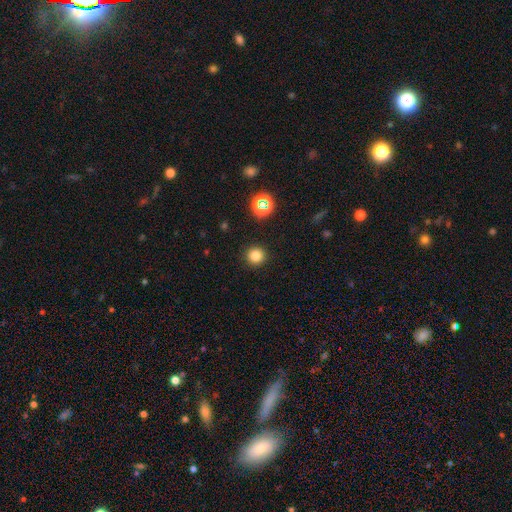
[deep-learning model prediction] This is likely a smooth galaxy (80%). How rounded: clearly round (95%). Merging: clearly none (92%).